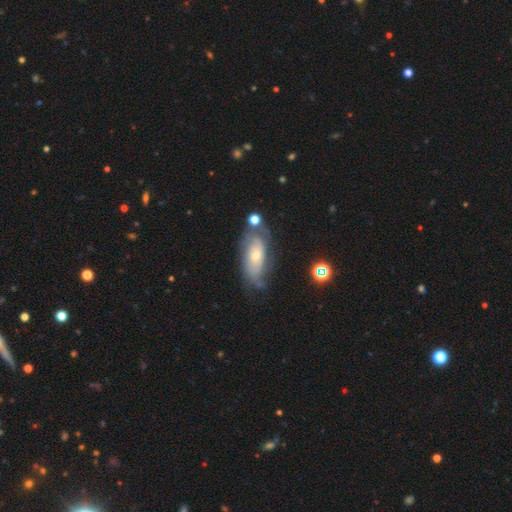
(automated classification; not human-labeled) Q: Smooth or featured?
A: featured or disk (64%); runner-up: smooth (28%)
Q: Edge-on disk?
A: no (88%); runner-up: yes (12%)
Q: Bar?
A: no (75%); runner-up: weak (20%)
Q: Spiral arms?
A: yes (76%); runner-up: no (24%)
Q: Bulge size?
A: small (56%); runner-up: moderate (39%)
Q: Merging?
A: none (56%); runner-up: minor disturbance (25%)